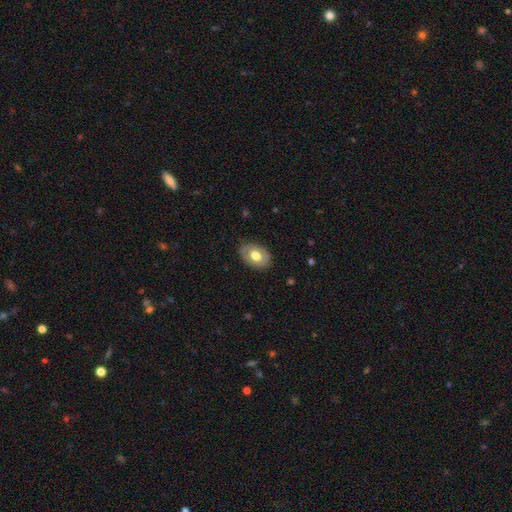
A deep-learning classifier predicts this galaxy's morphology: A smooth galaxy with no disk features (56%) that is in between round and cigar-shaped (81%).

Vote fractions:
- Smooth or featured? smooth: 56% / featured or disk: 38% / star or artifact: 6%
- How rounded? in between: 81% / round: 18% / cigar-shaped: 1%
- Merging? none: 82% / minor disturbance: 14% / major disturbance: 4% / merger: 1%